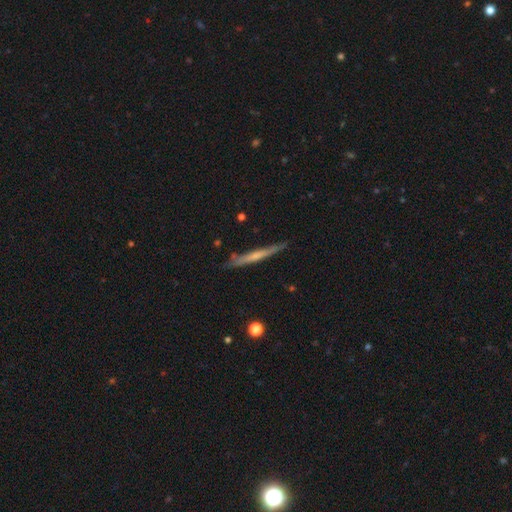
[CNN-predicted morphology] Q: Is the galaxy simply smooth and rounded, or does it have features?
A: featured or disk — 49%.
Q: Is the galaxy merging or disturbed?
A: none — 81%.